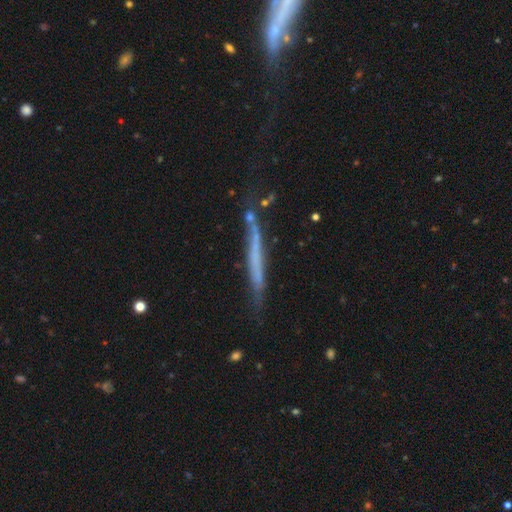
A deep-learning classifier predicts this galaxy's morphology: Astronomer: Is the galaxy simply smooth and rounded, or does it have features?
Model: featured or disk — 52% (runner-up: smooth, 40%).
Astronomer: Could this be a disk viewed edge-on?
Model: yes — 93%.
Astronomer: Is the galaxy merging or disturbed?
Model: none — 71%.